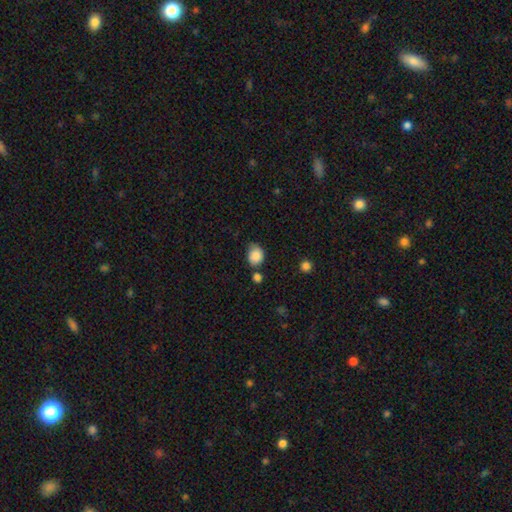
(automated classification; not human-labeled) Smooth or featured? smooth (87%)
How rounded? round (50%)
Merging? none (56%)